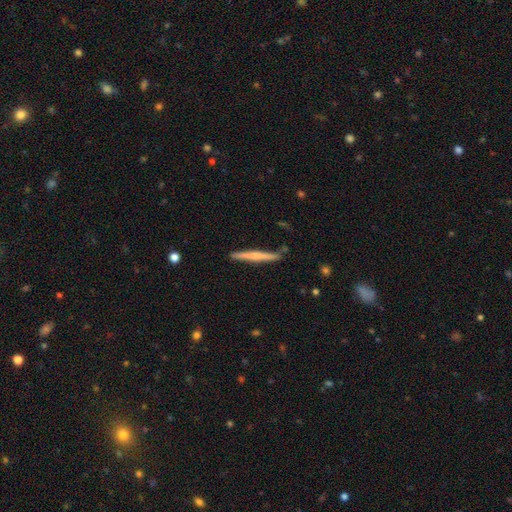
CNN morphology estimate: A featured or disk galaxy (52%) viewed edge-on (97%) with a rounded central bulge (50%). Merging: none (85%).